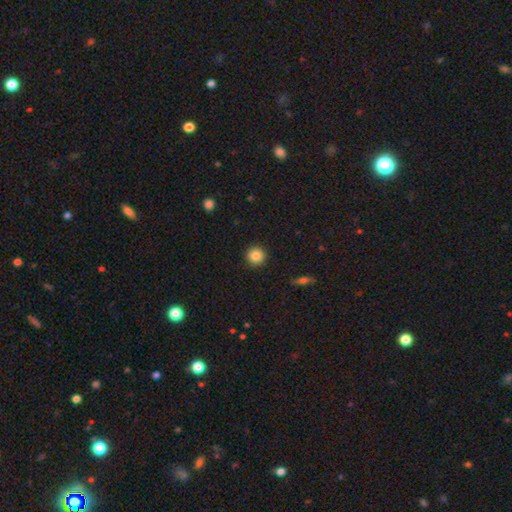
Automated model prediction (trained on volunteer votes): This is clearly a smooth galaxy (85%). How rounded: clearly round (95%). Merging: clearly none (92%).